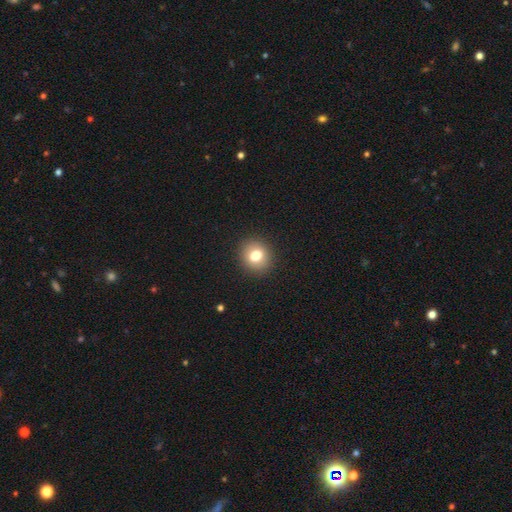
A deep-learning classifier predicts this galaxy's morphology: smooth 78%, featured or disk 11%, star or artifact 11%. Down the decision tree: how rounded — round (80%); merging — none (91%).